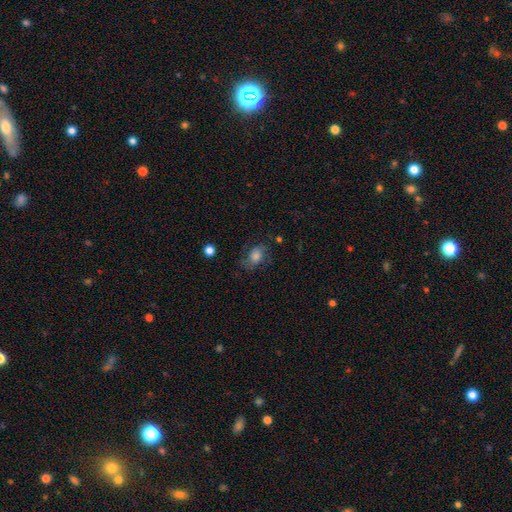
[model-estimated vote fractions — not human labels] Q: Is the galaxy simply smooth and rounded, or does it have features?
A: smooth — 61%.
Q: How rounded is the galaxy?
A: in between — 74%.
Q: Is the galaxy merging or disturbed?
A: none — 63%.